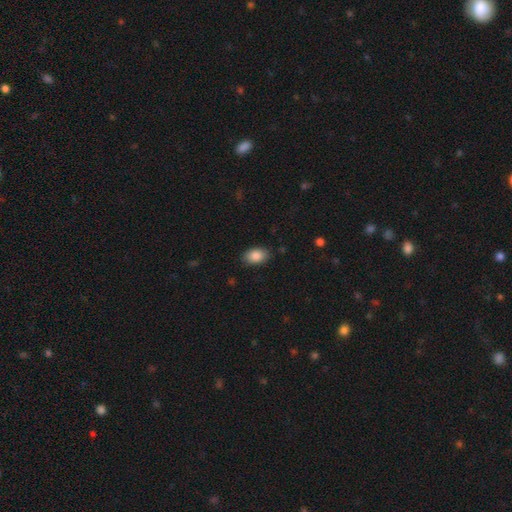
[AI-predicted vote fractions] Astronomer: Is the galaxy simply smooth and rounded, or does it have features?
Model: smooth — 88%.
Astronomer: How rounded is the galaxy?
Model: in between — 90%.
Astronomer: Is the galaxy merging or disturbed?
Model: none — 86%.